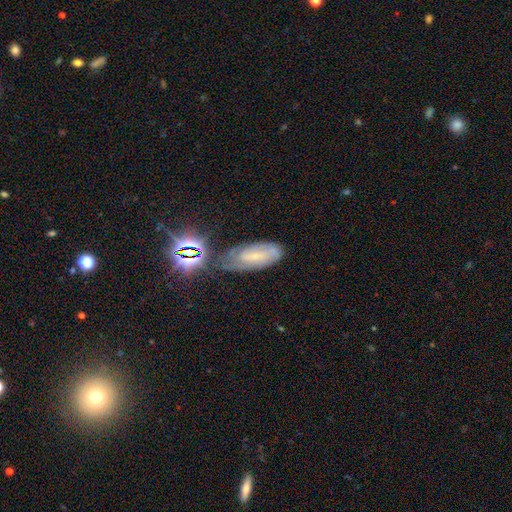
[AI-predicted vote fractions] Smooth or featured? Predicted: featured or disk (p=0.53). Edge-on disk? Predicted: no (p=0.88). Merging? Predicted: none (p=0.64).